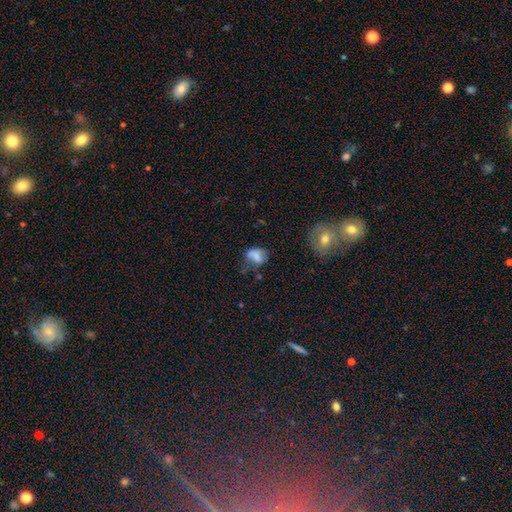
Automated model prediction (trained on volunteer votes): This appears to be a smooth galaxy with no disk features (65%) that is in between round and cigar-shaped (71%). Merging: none (38%).